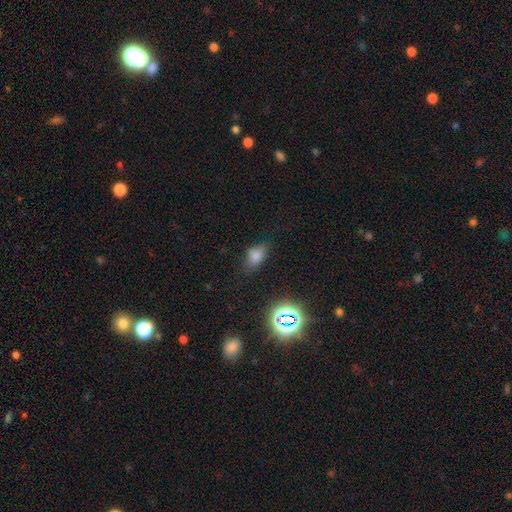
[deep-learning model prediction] Q: Smooth or featured?
A: smooth (72%); runner-up: star or artifact (18%)
Q: How rounded?
A: in between (85%); runner-up: round (11%)
Q: Merging?
A: none (73%); runner-up: minor disturbance (20%)